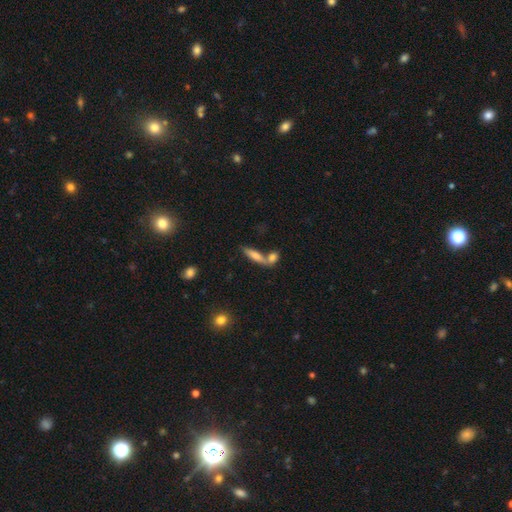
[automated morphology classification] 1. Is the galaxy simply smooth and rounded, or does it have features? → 63% smooth, 28% featured or disk, 9% star or artifact.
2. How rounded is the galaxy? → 66% cigar-shaped, 31% in between, 3% round.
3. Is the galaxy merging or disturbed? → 46% none, 40% merger, 10% minor disturbance, 4% major disturbance.